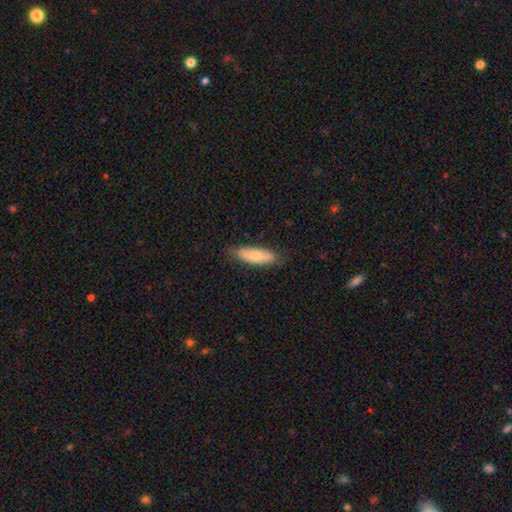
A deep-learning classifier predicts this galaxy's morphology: The model was most divided on "how rounded": in between: 63%, cigar-shaped: 35%, round: 2%. More confident: merging — none (78%); smooth or featured — smooth (71%).